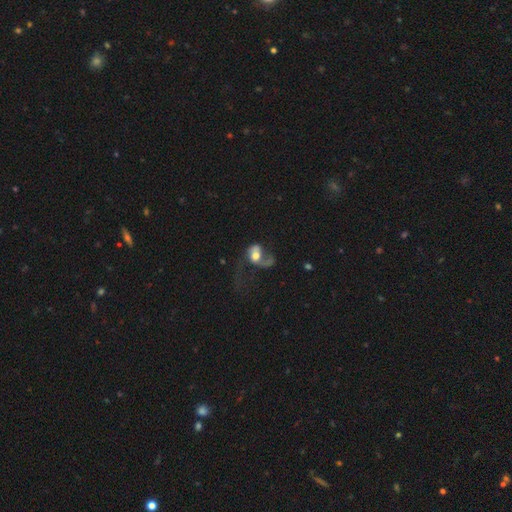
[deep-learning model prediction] smooth-or-featured: featured or disk: 49% | smooth: 43% | star or artifact: 9%
  merging: major disturbance: 60% | none: 17% | minor disturbance: 13% | merger: 9%